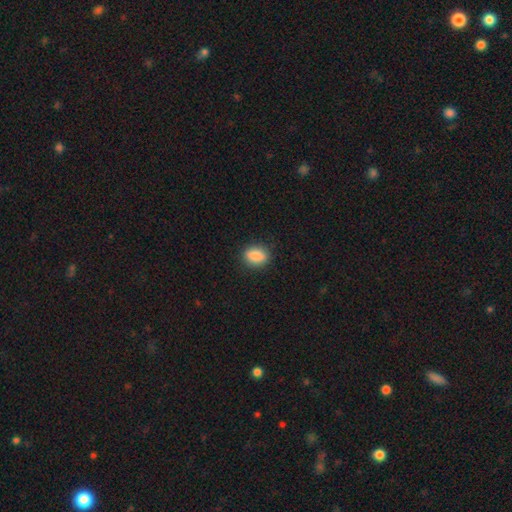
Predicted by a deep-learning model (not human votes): Morphology: type=smooth (87%); roundness=in between (73%); merging=none (86%).